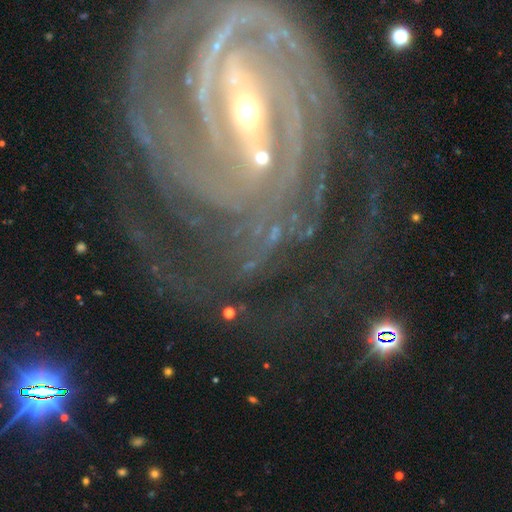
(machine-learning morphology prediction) Q: Smooth or featured?
A: featured or disk (90%); runner-up: star or artifact (6%)
Q: Edge-on disk?
A: no (97%); runner-up: yes (3%)
Q: Bar?
A: strong (48%); runner-up: weak (33%)
Q: Spiral arms?
A: yes (97%); runner-up: no (3%)
Q: Spiral winding?
A: tight (69%); runner-up: medium (25%)
Q: Spiral arm count?
A: can't tell (22%); runner-up: 2 (21%)
Q: Bulge size?
A: small (64%); runner-up: moderate (31%)
Q: Merging?
A: none (64%); runner-up: major disturbance (17%)